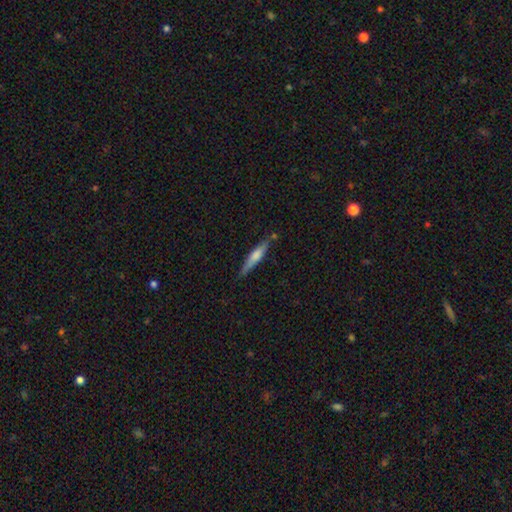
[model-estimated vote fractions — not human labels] Smooth or featured? Predicted: smooth (p=0.55). How rounded? Predicted: cigar-shaped (p=0.89). Merging? Predicted: none (p=0.79).